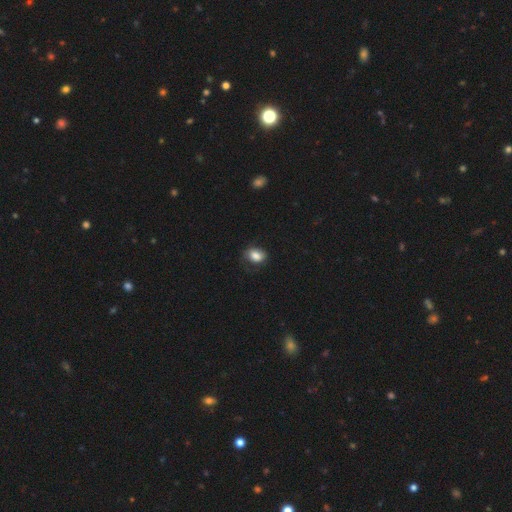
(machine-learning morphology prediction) Smooth or featured? Predicted: smooth (p=0.82). How rounded? Predicted: in between (p=0.68). Merging? Predicted: none (p=0.64).